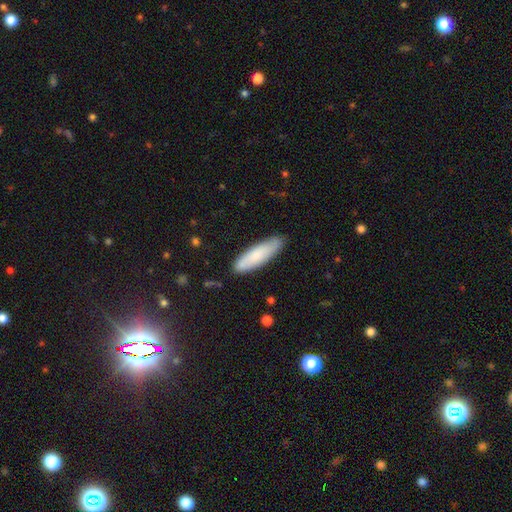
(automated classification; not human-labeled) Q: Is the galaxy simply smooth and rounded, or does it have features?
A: smooth — 79%.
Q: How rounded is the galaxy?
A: cigar-shaped — 62%.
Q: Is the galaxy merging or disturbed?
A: none — 84%.